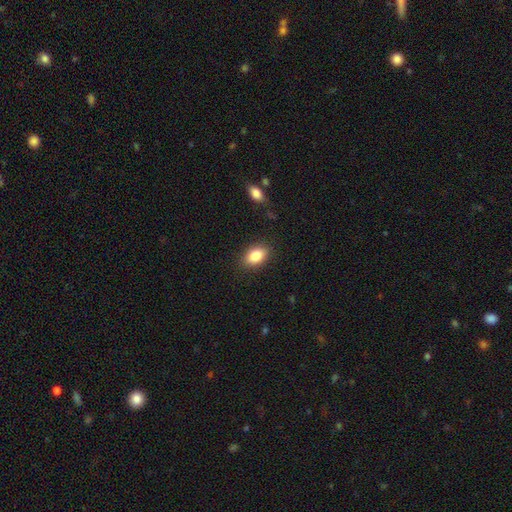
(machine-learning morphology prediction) A smooth galaxy with no disk features (85%) that is in between round and cigar-shaped (86%).

Vote fractions:
- Smooth or featured? smooth: 85% / star or artifact: 8% / featured or disk: 7%
- How rounded? in between: 86% / round: 12% / cigar-shaped: 2%
- Merging? none: 86% / minor disturbance: 10% / major disturbance: 3% / merger: 1%